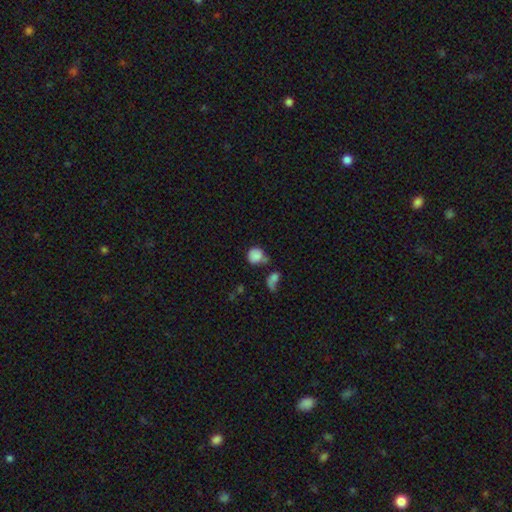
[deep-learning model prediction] A smooth galaxy with no disk features (81%) that is round (81%). Merging: none (41%).